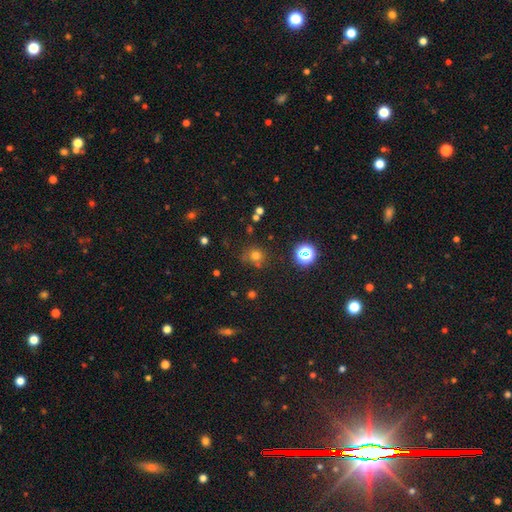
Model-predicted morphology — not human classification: A smooth galaxy with no disk features (68%) that is round (86%). Merging: none (69%).